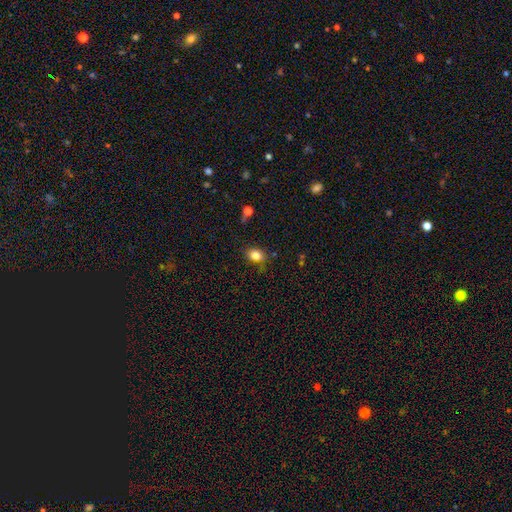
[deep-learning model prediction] smooth 83%, star or artifact 11%, featured or disk 6%. Down the decision tree: how rounded — in between (59%); merging — none (77%).